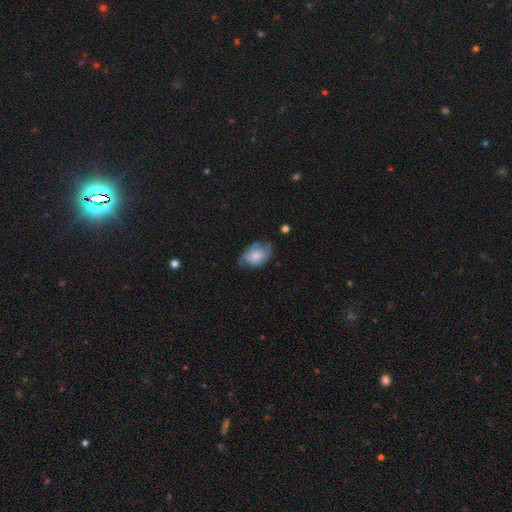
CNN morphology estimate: Overall: smooth (62%; featured or disk 30%). How rounded: in between (83%). Merging: none (48%; minor disturbance 37%).